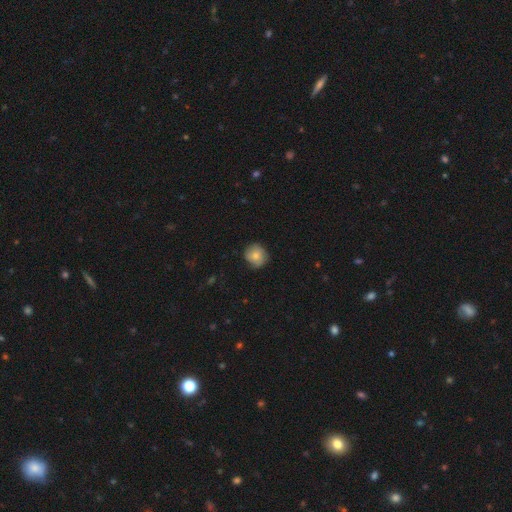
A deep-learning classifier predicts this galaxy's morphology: A smooth galaxy with no disk features (69%) that is round (90%). Merging: none (77%).